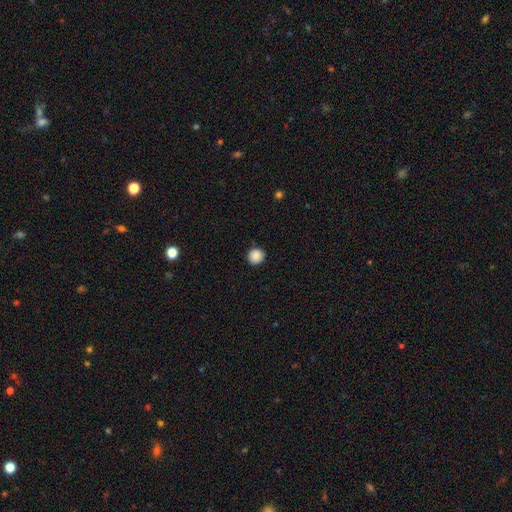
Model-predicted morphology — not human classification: smooth 88%, star or artifact 9%, featured or disk 3%. Down the decision tree: how rounded — round (93%); merging — none (91%).